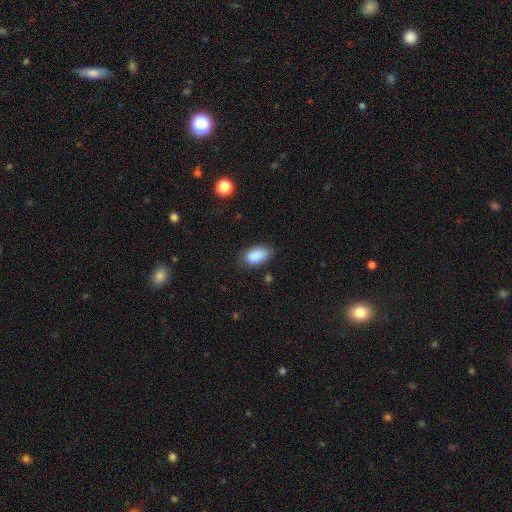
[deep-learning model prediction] This is clearly a smooth galaxy (88%). How rounded: clearly in between (92%). Merging: likely none (77%).